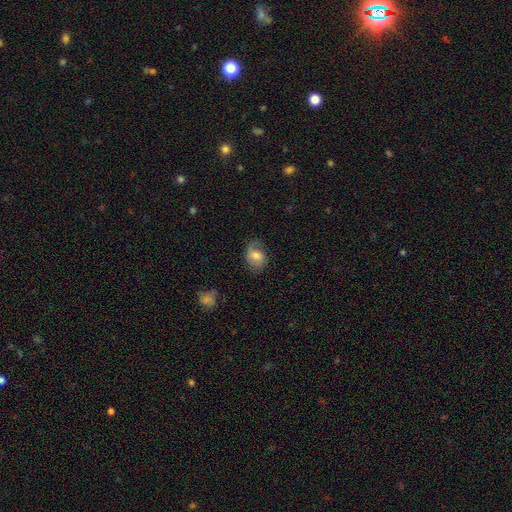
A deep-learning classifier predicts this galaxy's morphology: Smooth or featured?
  - smooth: 57% *
  - featured or disk: 34%
  - star or artifact: 8%
How rounded?
  - in between: 67% *
  - round: 32%
  - cigar-shaped: 1%
Merging?
  - none: 60% *
  - minor disturbance: 26%
  - major disturbance: 12%
  - merger: 2%